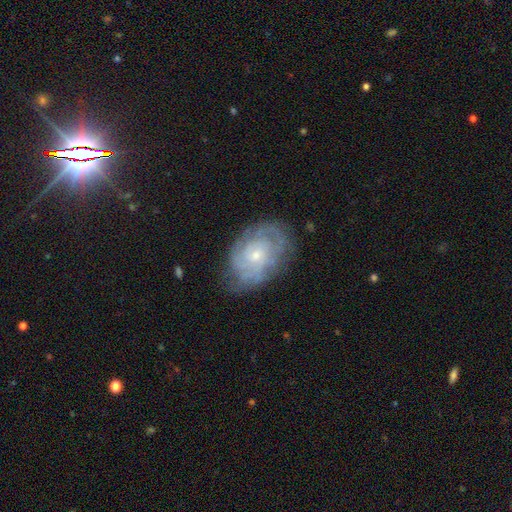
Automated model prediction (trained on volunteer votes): Q: Smooth or featured?
A: featured or disk (77%); runner-up: smooth (16%)
Q: Edge-on disk?
A: no (96%); runner-up: yes (4%)
Q: Bar?
A: no (77%); runner-up: weak (20%)
Q: Spiral arms?
A: yes (88%); runner-up: no (12%)
Q: Spiral winding?
A: tight (67%); runner-up: medium (26%)
Q: Spiral arm count?
A: can't tell (48%); runner-up: 2 (16%)
Q: Bulge size?
A: small (72%); runner-up: moderate (24%)
Q: Merging?
A: none (70%); runner-up: minor disturbance (20%)